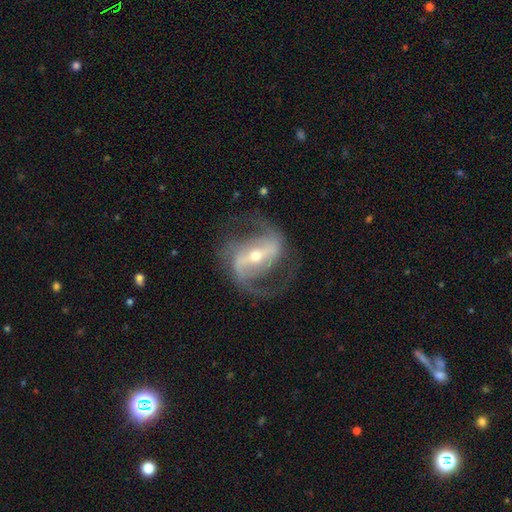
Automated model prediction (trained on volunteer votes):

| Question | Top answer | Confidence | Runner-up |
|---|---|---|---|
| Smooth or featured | featured or disk | 90% | star or artifact (5%) |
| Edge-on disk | no | 96% | yes (4%) |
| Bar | strong | 66% | weak (25%) |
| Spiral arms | yes | 95% | no (5%) |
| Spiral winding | medium | 52% | loose (33%) |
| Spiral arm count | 2 | 90% | can't tell (3%) |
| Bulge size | small | 52% | moderate (44%) |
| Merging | none | 73% | minor disturbance (13%) |